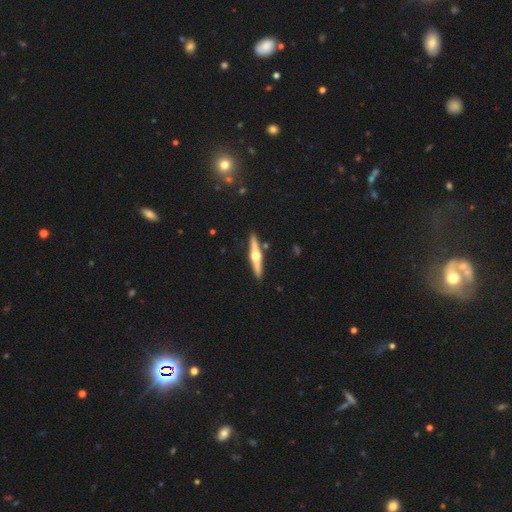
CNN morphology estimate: smooth_or_featured: featured or disk (p=0.74) [alt: smooth p=0.21]
disk_edge_on: yes (p=0.98) [alt: no p=0.02]
edge_on_bulge: rounded (p=0.95) [alt: boxy p=0.03]
merging: none (p=0.90) [alt: minor disturbance p=0.06]